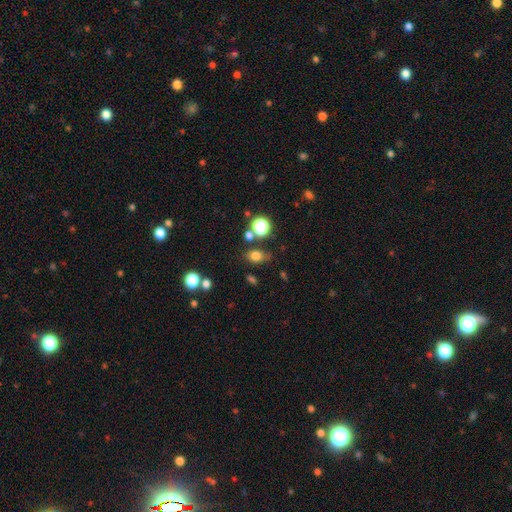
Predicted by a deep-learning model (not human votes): Smooth or featured? smooth (76%)
How rounded? in between (65%)
Merging? none (73%)